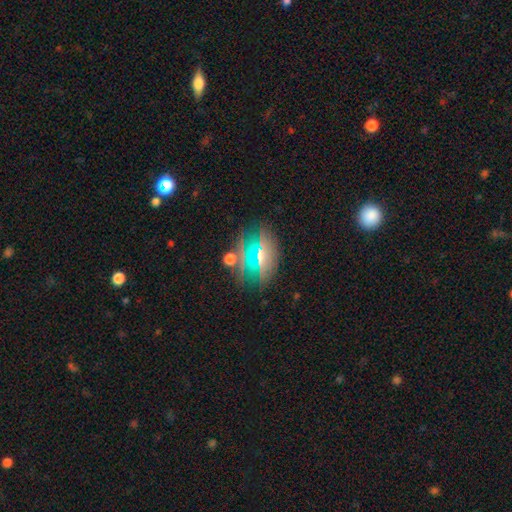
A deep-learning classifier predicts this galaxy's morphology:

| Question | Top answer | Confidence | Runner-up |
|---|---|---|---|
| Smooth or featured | smooth | 40% | star or artifact (33%) |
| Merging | none | 74% | minor disturbance (14%) |